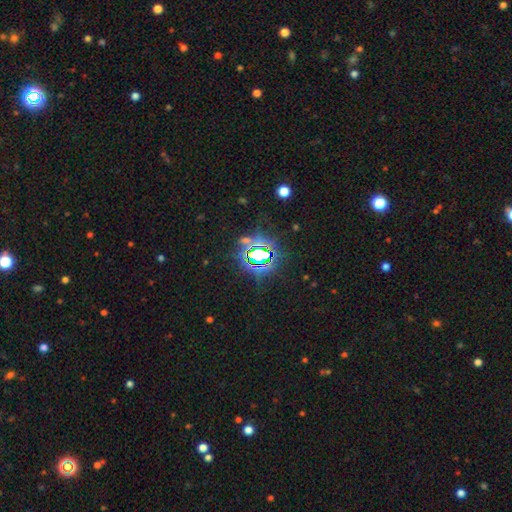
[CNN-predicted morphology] This is likely a star or artifact rather than a galaxy (77%).